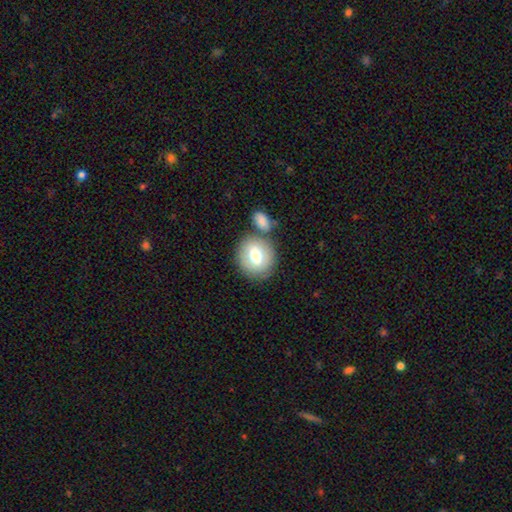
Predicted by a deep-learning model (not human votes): smooth 70%, featured or disk 23%, star or artifact 7%. Down the decision tree: how rounded — round (80%); merging — none (66%).